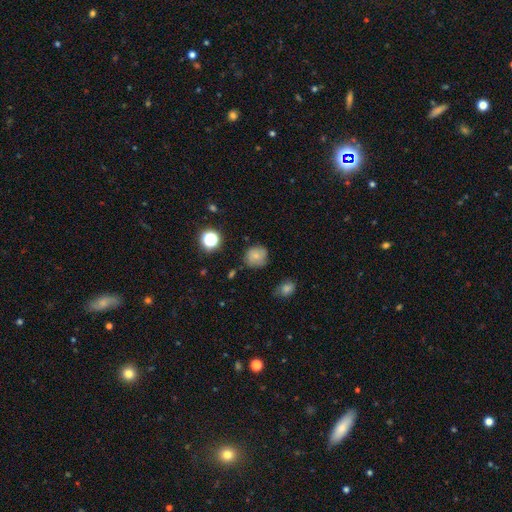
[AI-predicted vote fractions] A smooth galaxy with no disk features (70%) that is round (82%).

Vote fractions:
- Smooth or featured? smooth: 70% / featured or disk: 17% / star or artifact: 13%
- How rounded? round: 82% / in between: 17% / cigar-shaped: 1%
- Merging? none: 70% / minor disturbance: 22% / major disturbance: 5% / merger: 3%